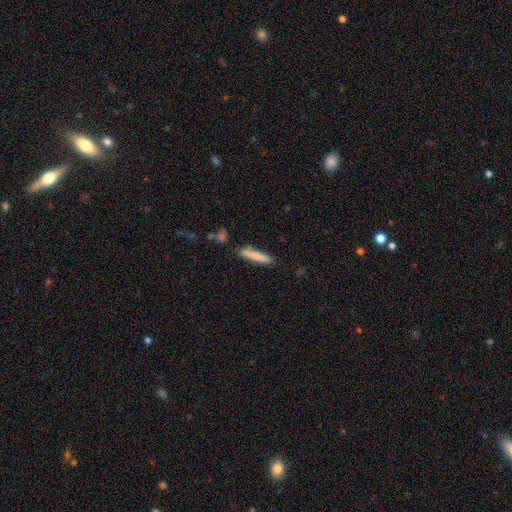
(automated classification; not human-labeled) Smooth or featured?
  - smooth: 80% *
  - featured or disk: 14%
  - star or artifact: 6%
How rounded?
  - cigar-shaped: 91% *
  - in between: 8%
  - round: 1%
Merging?
  - none: 84% *
  - minor disturbance: 11%
  - merger: 3%
  - major disturbance: 2%